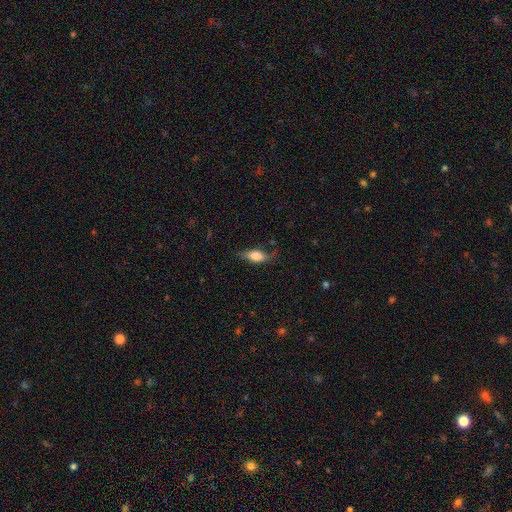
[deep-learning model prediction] Q: Smooth or featured?
A: smooth (64%); runner-up: featured or disk (29%)
Q: How rounded?
A: in between (78%); runner-up: cigar-shaped (17%)
Q: Merging?
A: none (59%); runner-up: minor disturbance (28%)